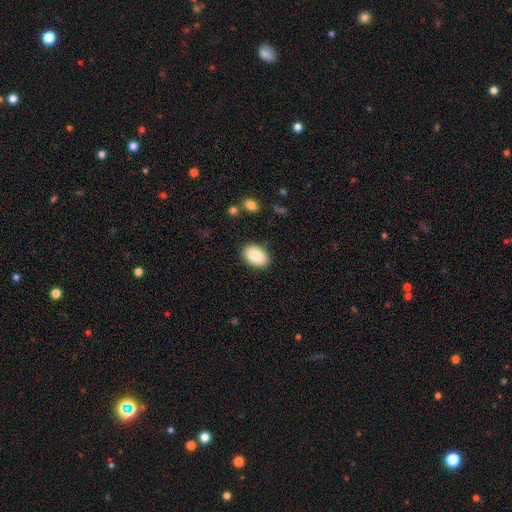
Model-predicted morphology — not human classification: Smooth or featured: smooth — 85% (featured or disk — 8%)
How rounded: in between — 85% (round — 14%)
Merging: none — 88% (minor disturbance — 9%)